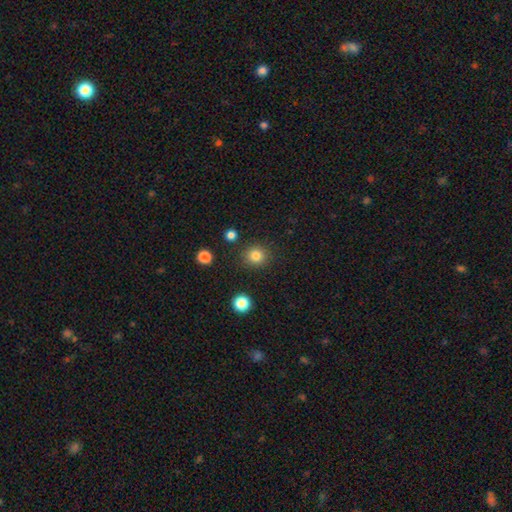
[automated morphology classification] Overall: smooth (83%). How rounded: round (90%). Merging: none (89%).